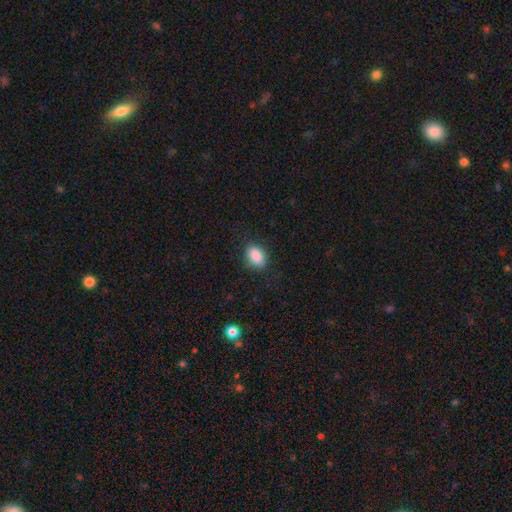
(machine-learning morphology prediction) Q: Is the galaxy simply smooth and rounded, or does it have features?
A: smooth — 89%.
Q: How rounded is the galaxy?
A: in between — 83%.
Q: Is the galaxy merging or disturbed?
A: none — 83%.